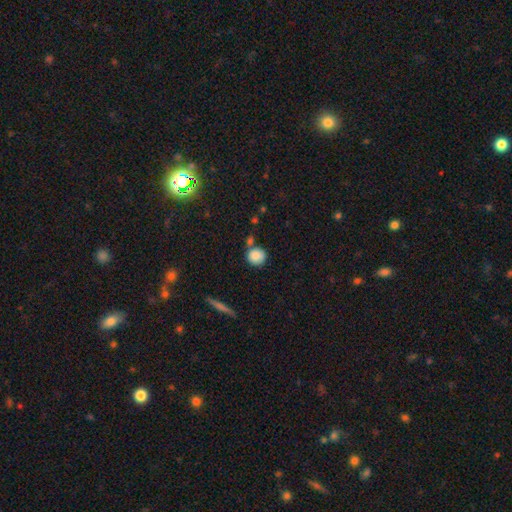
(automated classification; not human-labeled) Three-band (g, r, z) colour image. It shows a smooth galaxy with no disk features (85%) that is round (89%). Merging: none (69%).